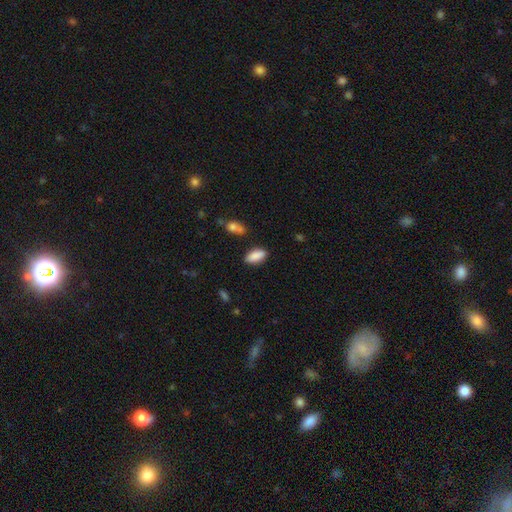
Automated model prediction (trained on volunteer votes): smooth-or-featured: smooth: 86% | star or artifact: 7% | featured or disk: 7%
  how-rounded: in between: 83% | cigar-shaped: 14% | round: 3%
  merging: none: 81% | minor disturbance: 13% | merger: 3% | major disturbance: 3%